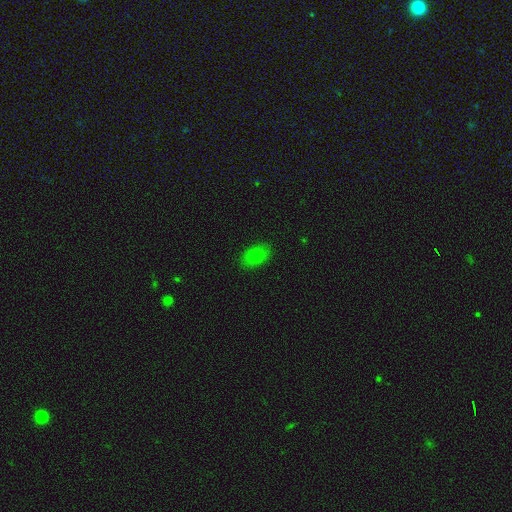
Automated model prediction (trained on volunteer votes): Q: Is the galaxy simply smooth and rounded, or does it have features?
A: smooth — 81%.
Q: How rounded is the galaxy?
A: in between — 87%.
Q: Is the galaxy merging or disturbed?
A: none — 85%.